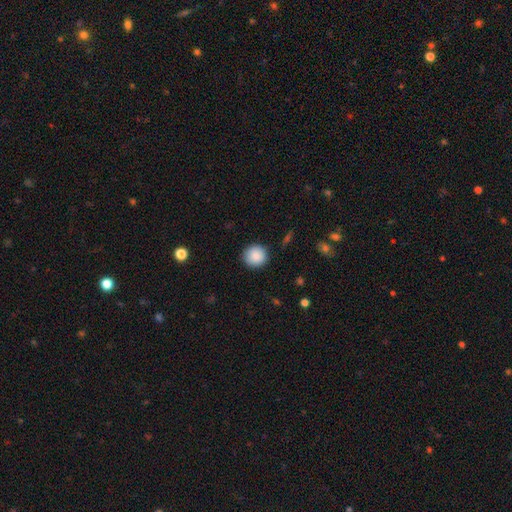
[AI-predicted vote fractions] This appears to be a smooth galaxy with no disk features (88%) that is round (92%). Merging: none (90%).